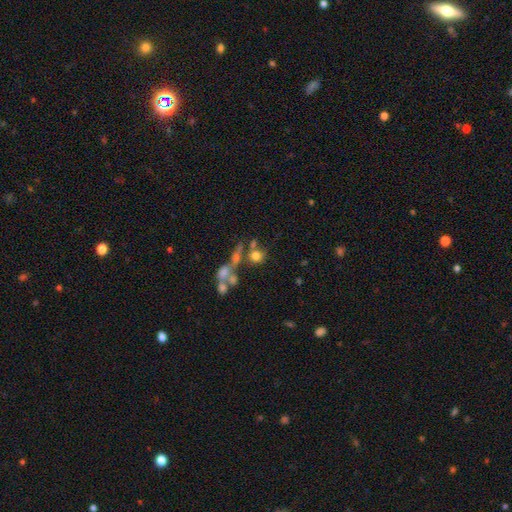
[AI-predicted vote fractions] Smooth or featured? smooth (63%)
How rounded? round (79%)
Merging? none (46%)